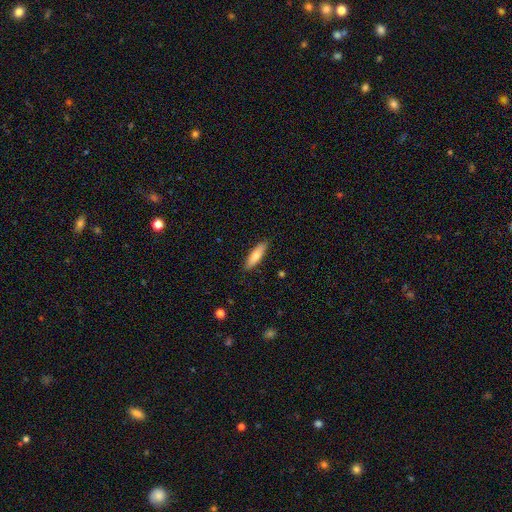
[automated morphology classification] Smooth or featured?
  - smooth: 75% *
  - featured or disk: 19%
  - star or artifact: 6%
How rounded?
  - cigar-shaped: 63% *
  - in between: 35%
  - round: 2%
Merging?
  - none: 88% *
  - minor disturbance: 9%
  - major disturbance: 2%
  - merger: 1%